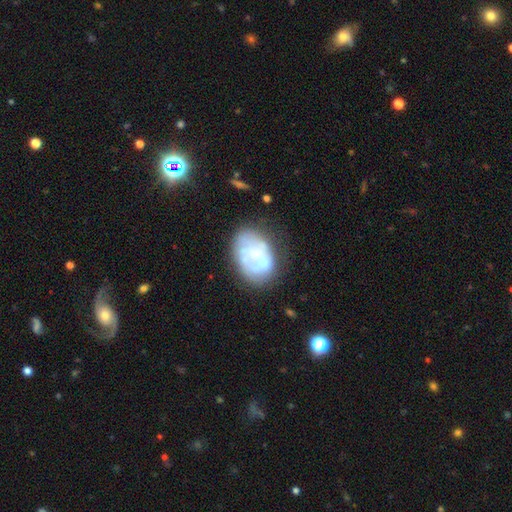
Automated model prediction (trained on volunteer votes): This appears to be a featured or disk galaxy (59%) with no bar (80%), no spiral arms (79%) and a small central bulge (39%). Merging: none (48%).